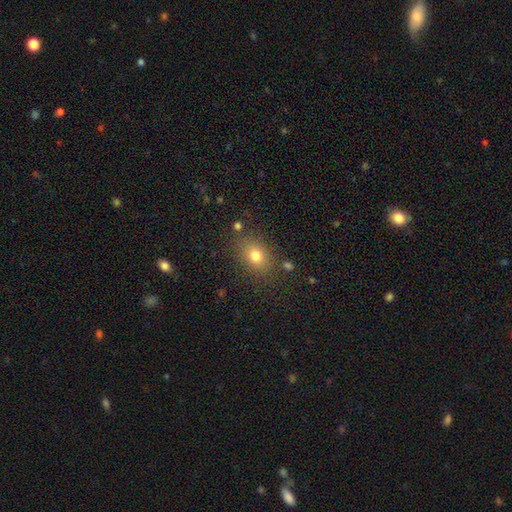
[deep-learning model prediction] Smooth or featured? smooth (77%)
How rounded? in between (65%)
Merging? none (80%)